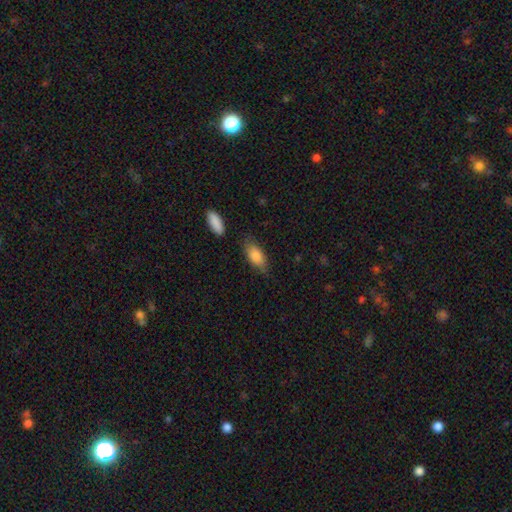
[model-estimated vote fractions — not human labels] Smooth or featured?
  - smooth: 83% *
  - featured or disk: 11%
  - star or artifact: 6%
How rounded?
  - in between: 86% *
  - cigar-shaped: 11%
  - round: 3%
Merging?
  - none: 73% *
  - minor disturbance: 19%
  - major disturbance: 4%
  - merger: 3%